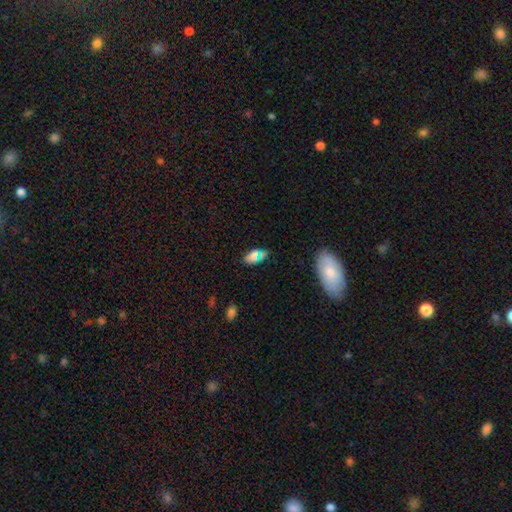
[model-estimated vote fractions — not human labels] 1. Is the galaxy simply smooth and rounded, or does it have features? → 71% smooth, 18% star or artifact, 11% featured or disk.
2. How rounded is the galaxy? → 88% in between, 6% round, 6% cigar-shaped.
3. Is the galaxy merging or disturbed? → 71% none, 14% minor disturbance, 10% merger, 5% major disturbance.